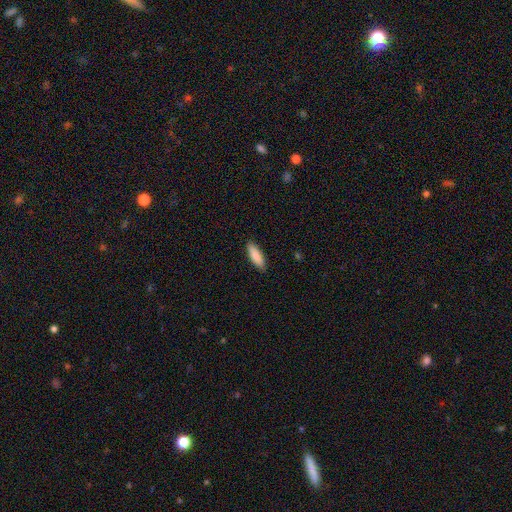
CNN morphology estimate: A smooth galaxy with no disk features (89%) that is in between round and cigar-shaped (53%). Merging: none (89%).